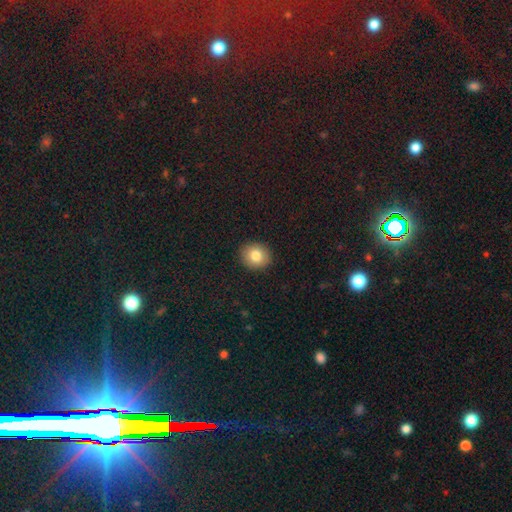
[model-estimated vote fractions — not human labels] A smooth galaxy with no disk features (81%) that is round (78%).

Vote fractions:
- Smooth or featured? smooth: 81% / star or artifact: 9% / featured or disk: 9%
- How rounded? round: 78% / in between: 21% / cigar-shaped: 1%
- Merging? none: 91% / minor disturbance: 6% / major disturbance: 2% / merger: 1%